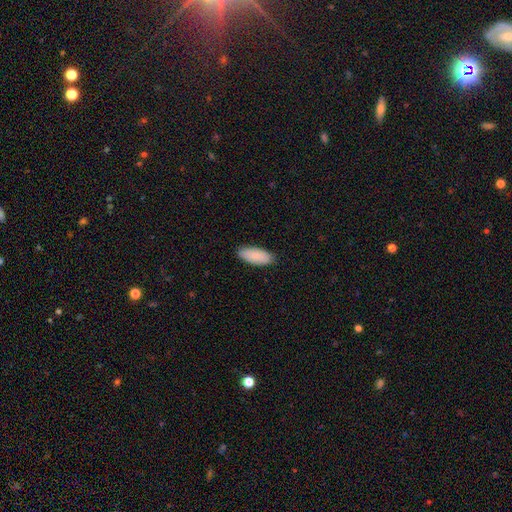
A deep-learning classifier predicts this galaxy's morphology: smooth-or-featured: smooth: 88% | featured or disk: 6% | star or artifact: 6%
  how-rounded: in between: 87% | cigar-shaped: 11% | round: 2%
  merging: none: 89% | minor disturbance: 9% | major disturbance: 2% | merger: 1%